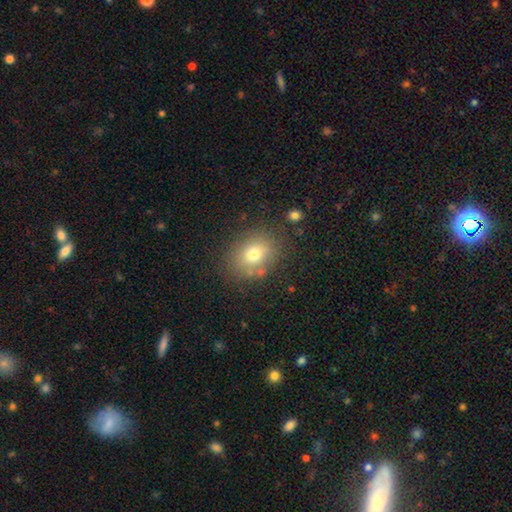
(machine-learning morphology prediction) smooth_or_featured: smooth (p=0.73) [alt: star or artifact p=0.14]
how_rounded: in between (p=0.51) [alt: round p=0.48]
merging: none (p=0.80) [alt: minor disturbance p=0.13]